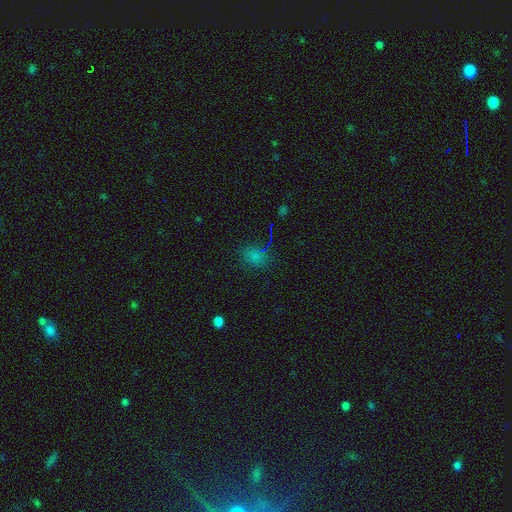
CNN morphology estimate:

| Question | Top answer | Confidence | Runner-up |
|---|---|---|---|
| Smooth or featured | smooth | 68% | star or artifact (25%) |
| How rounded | in between | 59% | round (39%) |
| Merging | none | 74% | minor disturbance (16%) |